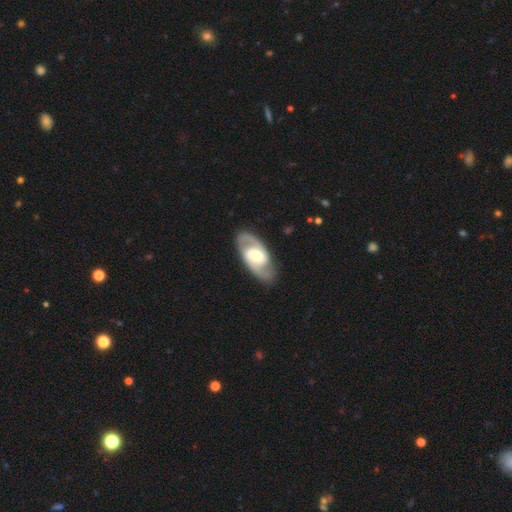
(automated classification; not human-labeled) A featured or disk galaxy (83%) with a weak bar (41%), 2 (90%) medium (52%) spiral arms (89%) and a moderate central bulge (62%).

Vote fractions:
- Smooth or featured? featured or disk: 83% / smooth: 13% / star or artifact: 4%
- Edge-on disk? no: 95% / yes: 5%
- Bar? weak: 41% / no: 33% / strong: 27%
- Spiral arms? yes: 89% / no: 11%
- Spiral winding? medium: 52% / tight: 31% / loose: 18%
- Spiral arm count? 2: 90% / can't tell: 5% / 1: 2% / 3: 1% / 4: 1% / more than 4: 1%
- Bulge size? moderate: 62% / small: 22% / large: 14% / none: 1% / dominant: 1%
- Merging? none: 86% / minor disturbance: 9% / major disturbance: 3% / merger: 1%